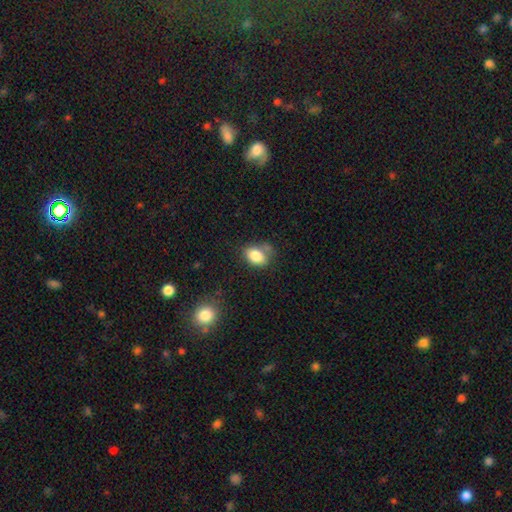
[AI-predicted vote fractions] Smooth or featured? smooth (83%)
How rounded? in between (79%)
Merging? none (58%)